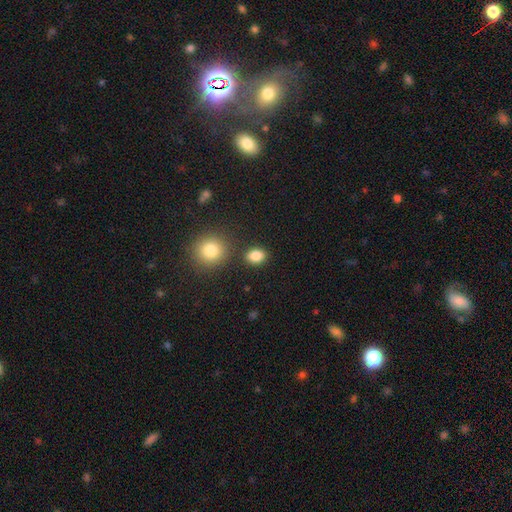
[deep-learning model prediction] smooth-or-featured: smooth: 85% | star or artifact: 10% | featured or disk: 5%
  how-rounded: in between: 64% | round: 34% | cigar-shaped: 1%
  merging: none: 81% | minor disturbance: 10% | merger: 6% | major disturbance: 3%